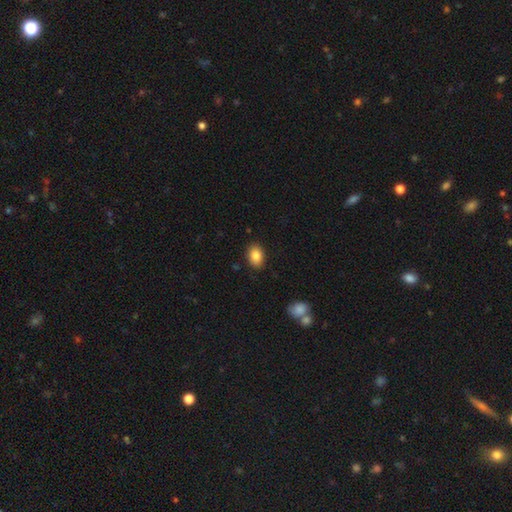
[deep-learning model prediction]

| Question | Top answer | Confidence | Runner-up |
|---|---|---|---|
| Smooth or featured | smooth | 86% | star or artifact (8%) |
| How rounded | in between | 81% | round (17%) |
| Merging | none | 88% | minor disturbance (9%) |